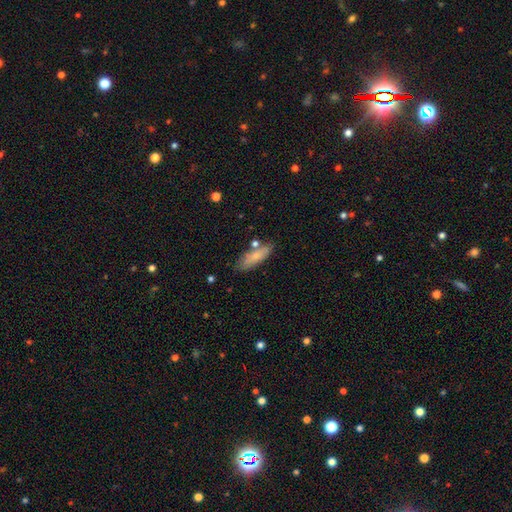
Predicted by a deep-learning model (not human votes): Q: Smooth or featured?
A: smooth (74%); runner-up: featured or disk (19%)
Q: How rounded?
A: in between (59%); runner-up: cigar-shaped (38%)
Q: Merging?
A: none (72%); runner-up: minor disturbance (17%)